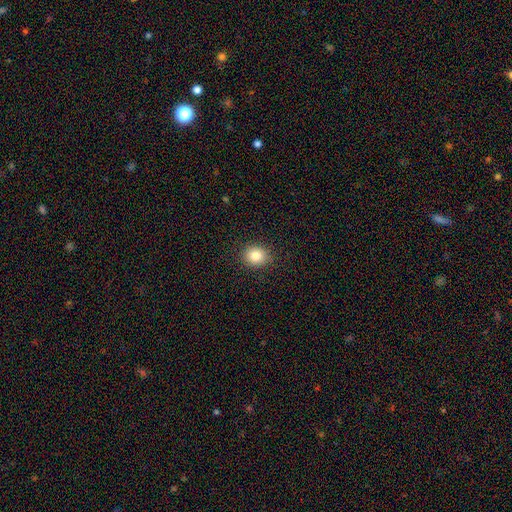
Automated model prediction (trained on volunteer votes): Smooth or featured? smooth (83%)
How rounded? round (70%)
Merging? none (89%)